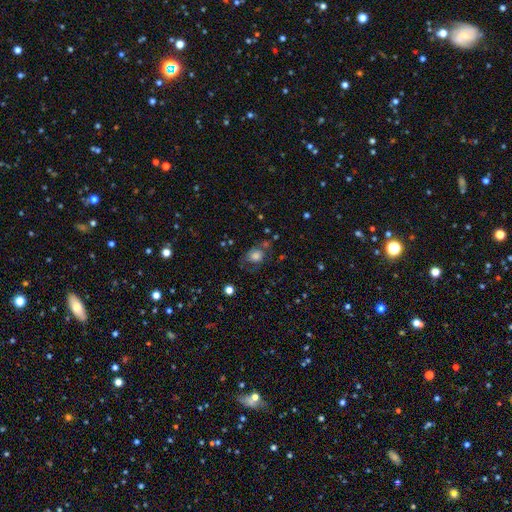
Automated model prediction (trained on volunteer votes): smooth-or-featured: smooth: 68% | featured or disk: 19% | star or artifact: 13%
  how-rounded: round: 57% | in between: 42% | cigar-shaped: 1%
  merging: none: 54% | minor disturbance: 24% | major disturbance: 16% | merger: 6%